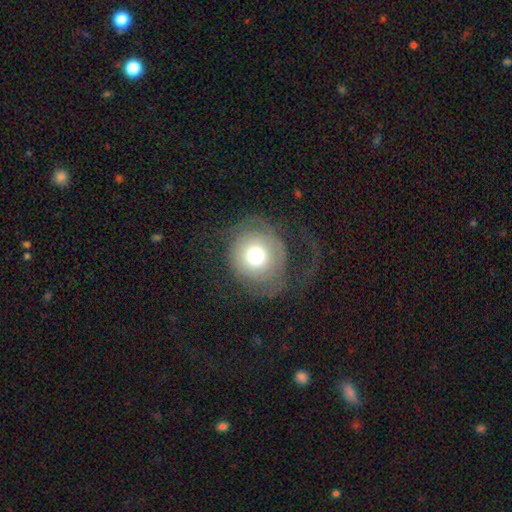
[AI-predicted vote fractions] smooth 52%, featured or disk 38%, star or artifact 10%. Down the decision tree: how rounded — round (86%); merging — none (46%).